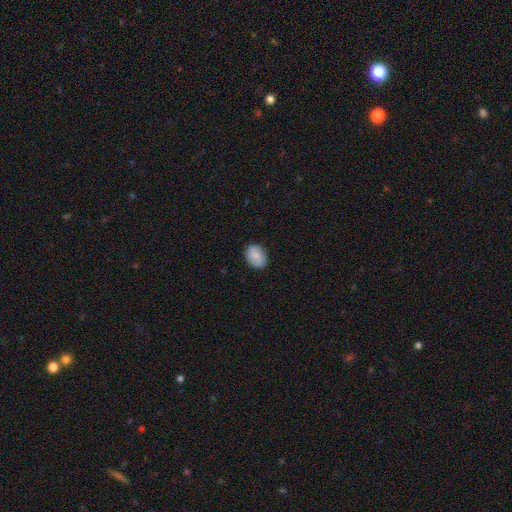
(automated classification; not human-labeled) This is clearly a smooth galaxy (80%). How rounded: likely in between (70%). Merging: clearly none (84%).